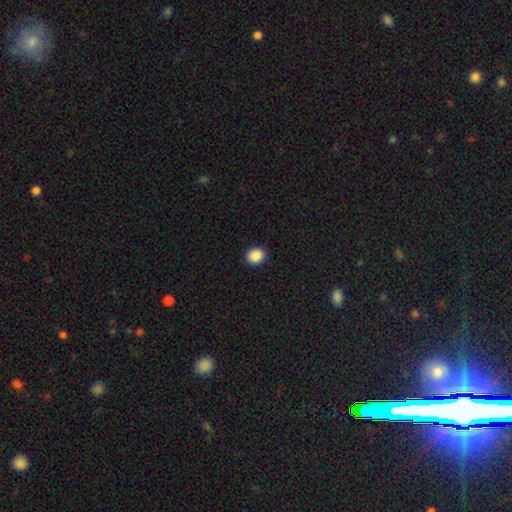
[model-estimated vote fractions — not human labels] Q: Smooth or featured?
A: smooth (90%); runner-up: star or artifact (8%)
Q: How rounded?
A: round (56%); runner-up: in between (43%)
Q: Merging?
A: none (91%); runner-up: minor disturbance (6%)